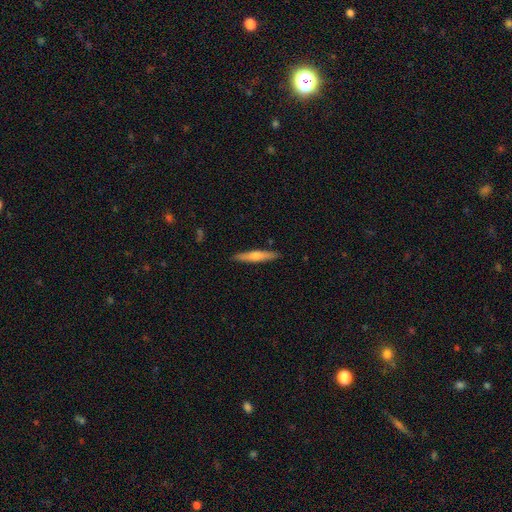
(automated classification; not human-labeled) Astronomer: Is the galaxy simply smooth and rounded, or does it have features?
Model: smooth — 49% (runner-up: featured or disk, 45%).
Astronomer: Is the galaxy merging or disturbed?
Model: none — 90%.